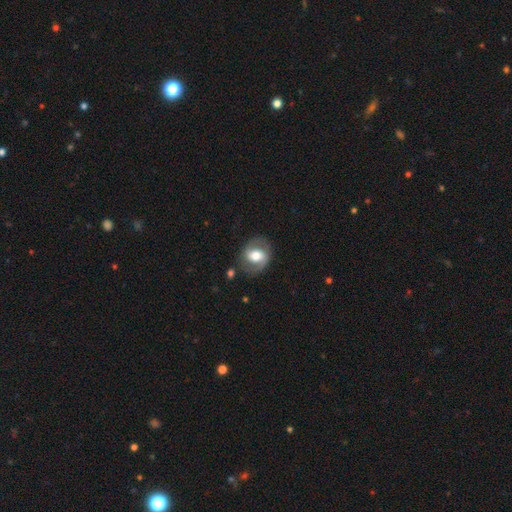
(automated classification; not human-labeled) This appears to be a featured or disk galaxy (61%) with a weak bar (40%), spiral arms (74%) and a moderate central bulge (62%). Merging: none (77%).